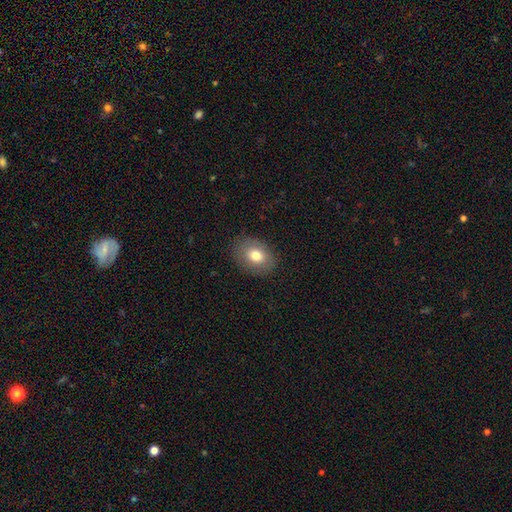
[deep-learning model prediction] A smooth galaxy with no disk features (77%) that is in between round and cigar-shaped (66%).

Vote fractions:
- Smooth or featured? smooth: 77% / featured or disk: 15% / star or artifact: 8%
- How rounded? in between: 66% / round: 33% / cigar-shaped: 1%
- Merging? none: 87% / minor disturbance: 9% / major disturbance: 3% / merger: 1%